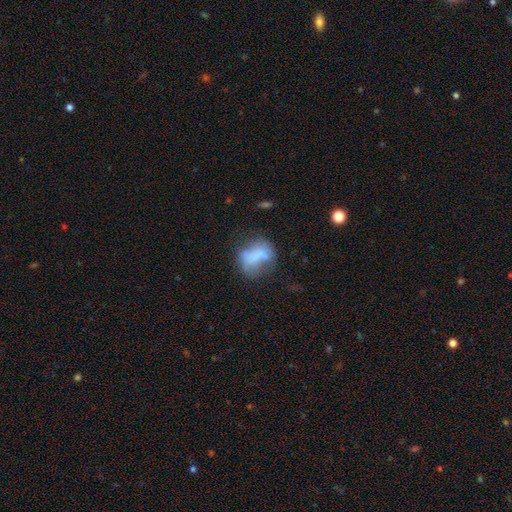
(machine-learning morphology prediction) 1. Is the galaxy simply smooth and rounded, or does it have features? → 56% smooth, 33% featured or disk, 11% star or artifact.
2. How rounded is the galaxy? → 64% in between, 34% round, 3% cigar-shaped.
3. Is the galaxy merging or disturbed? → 32% none, 28% major disturbance, 25% minor disturbance, 15% merger.